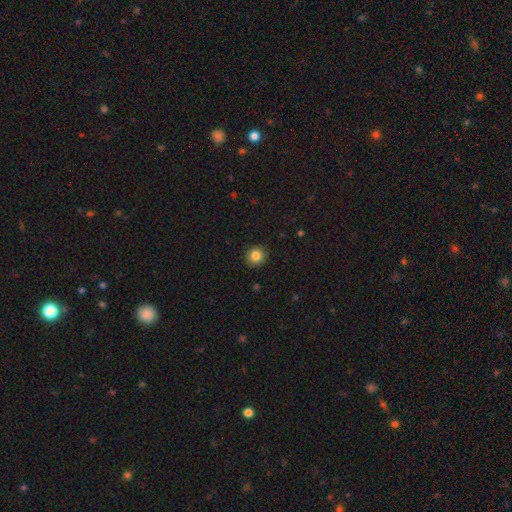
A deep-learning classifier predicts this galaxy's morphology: Q: Smooth or featured?
A: smooth (84%); runner-up: star or artifact (10%)
Q: How rounded?
A: round (89%); runner-up: in between (10%)
Q: Merging?
A: none (90%); runner-up: minor disturbance (7%)